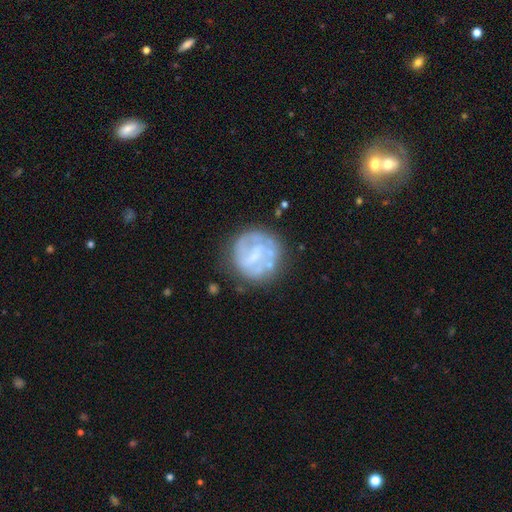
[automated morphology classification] Q: Smooth or featured?
A: featured or disk (67%); runner-up: smooth (26%)
Q: Edge-on disk?
A: no (98%); runner-up: yes (2%)
Q: Bar?
A: weak (45%); runner-up: no (31%)
Q: Spiral arms?
A: yes (54%); runner-up: no (46%)
Q: Bulge size?
A: small (43%); runner-up: none (34%)
Q: Merging?
A: none (65%); runner-up: minor disturbance (19%)